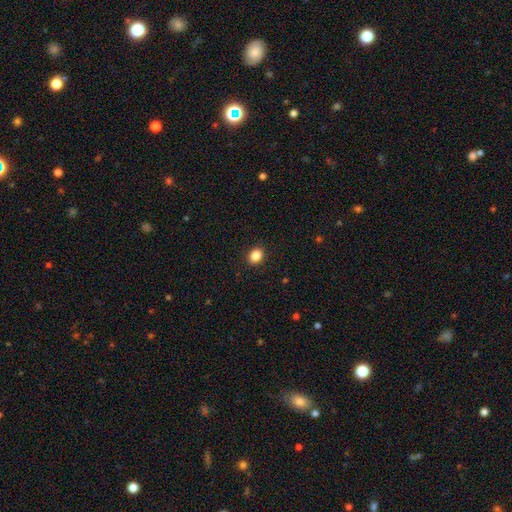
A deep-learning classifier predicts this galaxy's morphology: Q: Smooth or featured?
A: smooth (87%); runner-up: star or artifact (10%)
Q: How rounded?
A: round (56%); runner-up: in between (43%)
Q: Merging?
A: none (91%); runner-up: minor disturbance (6%)